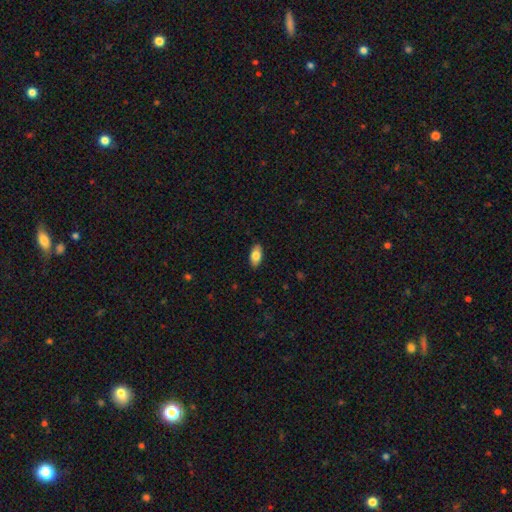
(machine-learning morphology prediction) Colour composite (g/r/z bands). It shows a smooth galaxy with no disk features (80%) that is in between round and cigar-shaped (90%). Merging: none (88%).